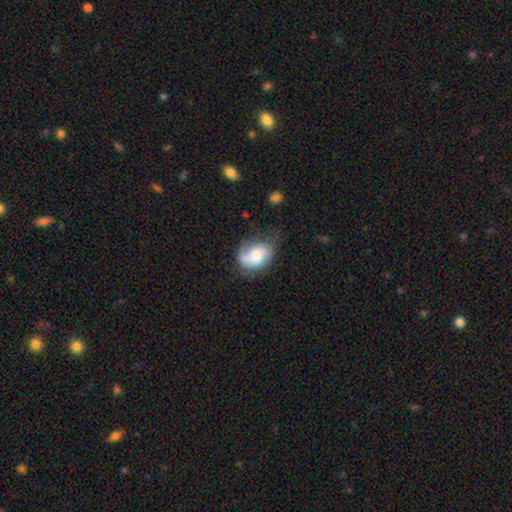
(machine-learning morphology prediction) smooth-or-featured: smooth: 52% | featured or disk: 41% | star or artifact: 7%
  how-rounded: in between: 72% | round: 26% | cigar-shaped: 1%
  merging: none: 49% | minor disturbance: 31% | major disturbance: 17% | merger: 3%